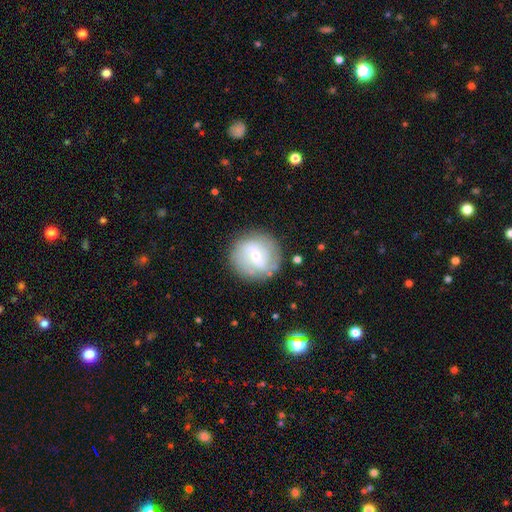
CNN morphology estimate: This appears to be a featured or disk galaxy (61%) with a weak bar (45%), spiral arms (79%) and a small central bulge (64%). Merging: none (82%).